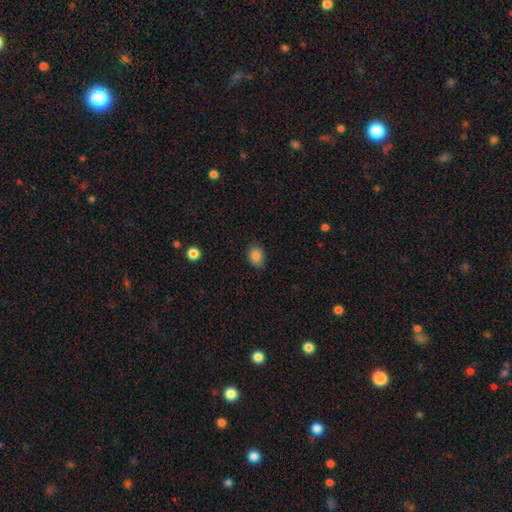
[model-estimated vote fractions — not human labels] Smooth or featured?
  - smooth: 85% *
  - star or artifact: 10%
  - featured or disk: 5%
How rounded?
  - in between: 60% *
  - round: 39%
  - cigar-shaped: 1%
Merging?
  - none: 79% *
  - minor disturbance: 17%
  - major disturbance: 3%
  - merger: 1%